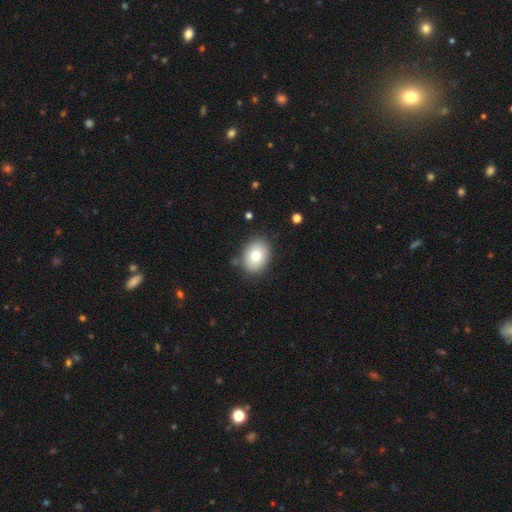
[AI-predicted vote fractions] The model was most divided on "how rounded": in between: 64%, round: 36%, cigar-shaped: 1%. More confident: merging — none (83%); smooth or featured — smooth (76%).